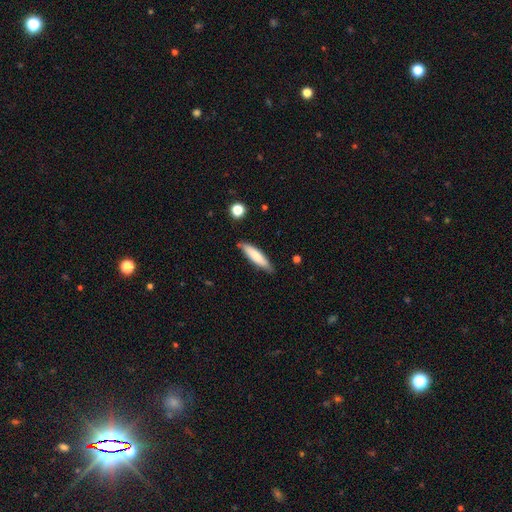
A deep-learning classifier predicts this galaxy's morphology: Smooth or featured? smooth (77%)
How rounded? cigar-shaped (76%)
Merging? none (82%)